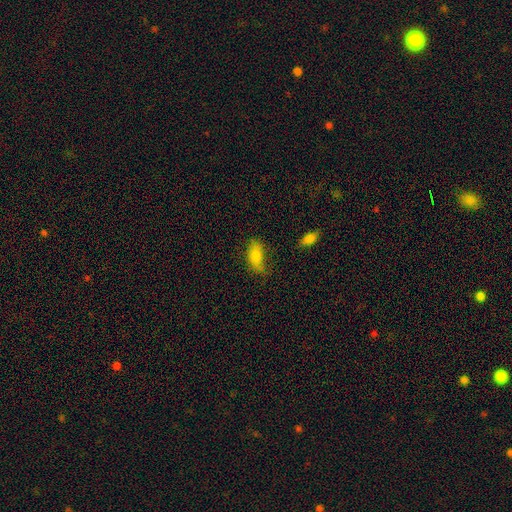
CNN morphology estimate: A smooth galaxy with no disk features (78%) that is in between round and cigar-shaped (88%). Merging: none (59%).